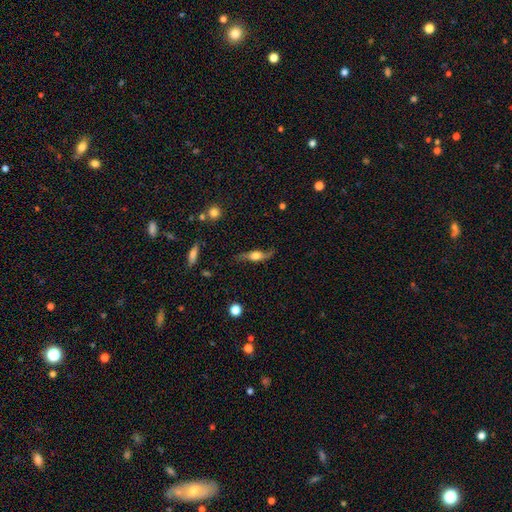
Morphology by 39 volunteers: A featured or disk galaxy (54%) with no bar (91%), 2 (89%) loose (89%) spiral arms (82%) and a moderate central bulge (55%). Merging: minor disturbance (50%).